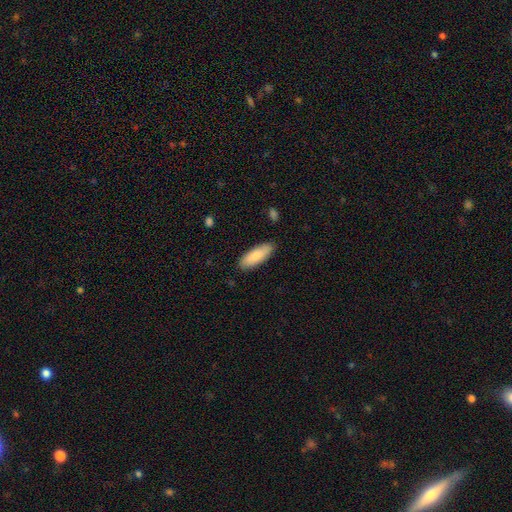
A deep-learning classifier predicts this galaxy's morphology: type=smooth (86%); roundness=in between (67%); merging=none (86%).